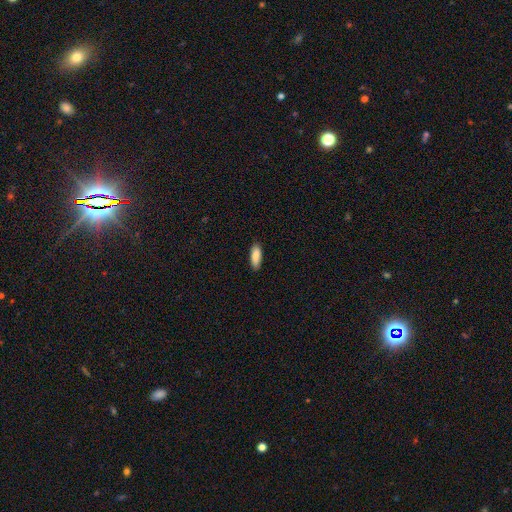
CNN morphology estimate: Smooth or featured?
  - smooth: 88% *
  - featured or disk: 7%
  - star or artifact: 6%
How rounded?
  - in between: 72% *
  - cigar-shaped: 27%
  - round: 2%
Merging?
  - none: 86% *
  - minor disturbance: 11%
  - major disturbance: 2%
  - merger: 1%